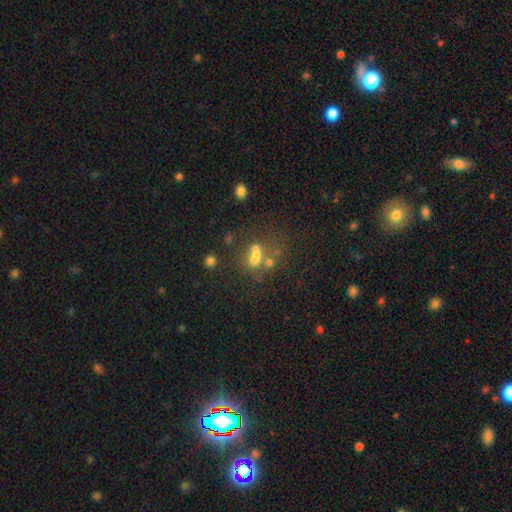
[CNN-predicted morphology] This is possibly a smooth galaxy (48%). Merging: marginally none (37%).